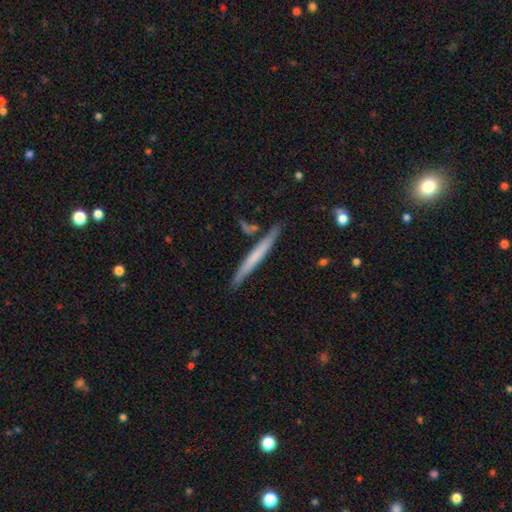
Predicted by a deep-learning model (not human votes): Smooth or featured?
  - smooth: 55% *
  - featured or disk: 40%
  - star or artifact: 5%
How rounded?
  - cigar-shaped: 97% *
  - in between: 2%
  - round: 1%
Merging?
  - none: 85% *
  - minor disturbance: 10%
  - merger: 4%
  - major disturbance: 2%